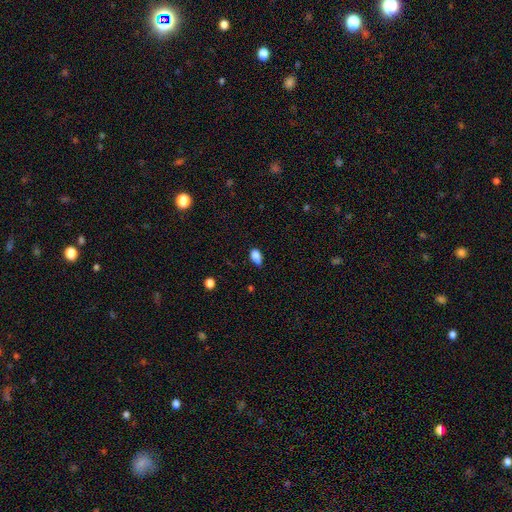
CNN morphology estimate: Smooth or featured? smooth (85%)
How rounded? in between (87%)
Merging? none (55%)